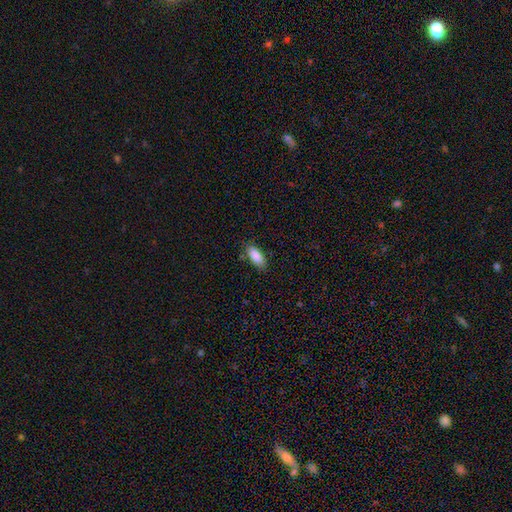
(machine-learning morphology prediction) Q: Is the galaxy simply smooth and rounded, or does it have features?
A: smooth — 87%.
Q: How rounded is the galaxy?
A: in between — 82%.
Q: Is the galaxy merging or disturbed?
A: none — 82%.